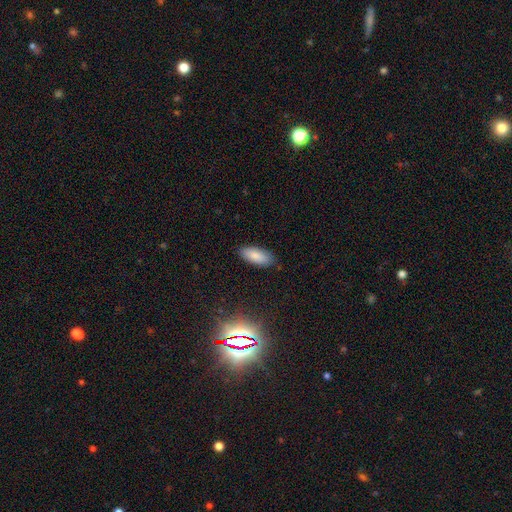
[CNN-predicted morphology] This appears to be a smooth galaxy with no disk features (85%) that is in between round and cigar-shaped (84%). Merging: none (86%).